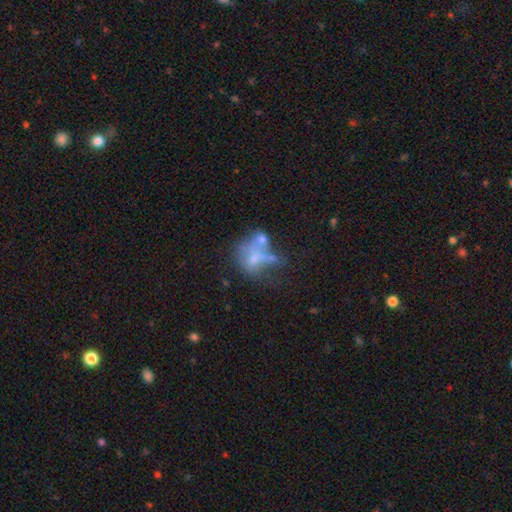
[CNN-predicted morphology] Overall: featured or disk (44%; smooth 40%). Merging: merger (34%; major disturbance 29%).